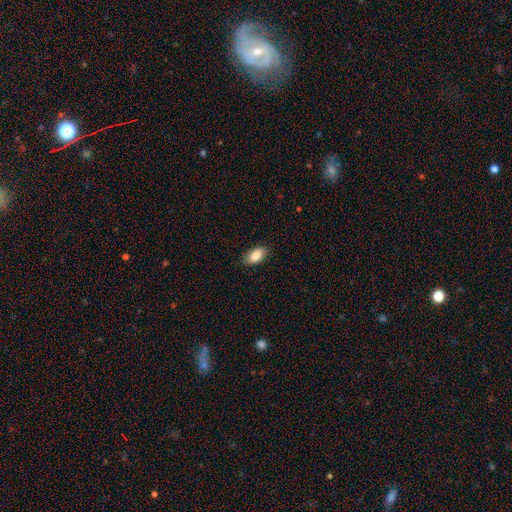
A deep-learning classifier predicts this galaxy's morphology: Smooth or featured? smooth (87%)
How rounded? in between (91%)
Merging? none (84%)